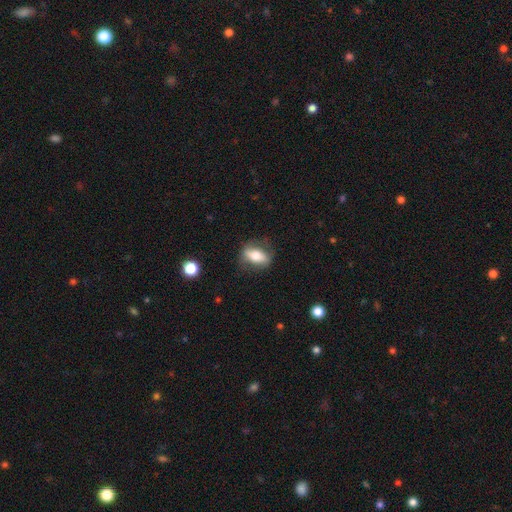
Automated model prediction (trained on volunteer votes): This appears to be a smooth galaxy with no disk features (60%) that is in between round and cigar-shaped (77%). Merging: none (75%).